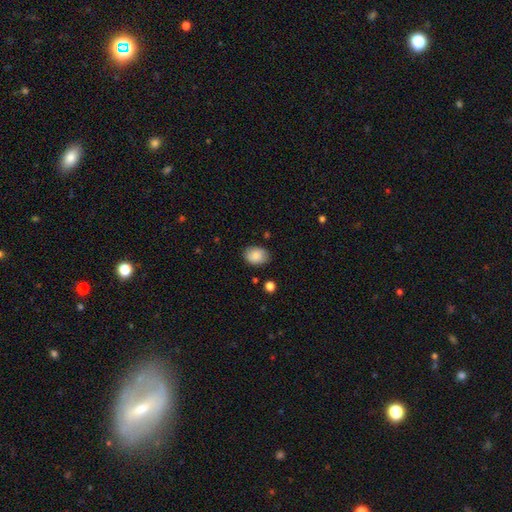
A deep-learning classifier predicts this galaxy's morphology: This appears to be a smooth galaxy with no disk features (85%) that is in between round and cigar-shaped (72%). Merging: none (82%).